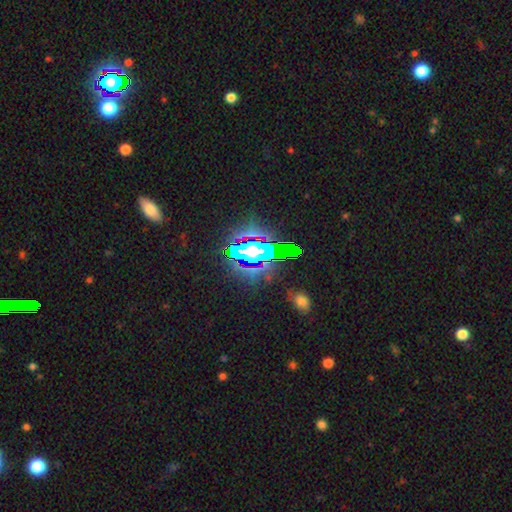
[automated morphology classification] Q: Smooth or featured?
A: star or artifact (60%); runner-up: smooth (21%)